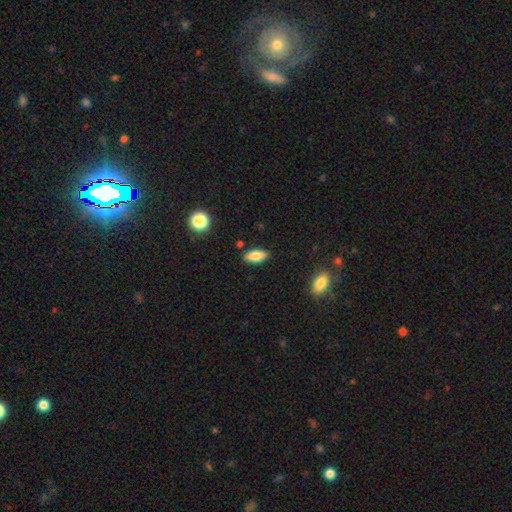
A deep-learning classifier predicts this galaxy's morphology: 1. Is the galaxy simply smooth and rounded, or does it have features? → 80% smooth, 13% featured or disk, 8% star or artifact.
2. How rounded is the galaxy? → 81% in between, 16% cigar-shaped, 3% round.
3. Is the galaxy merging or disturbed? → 86% none, 10% minor disturbance, 2% major disturbance, 2% merger.